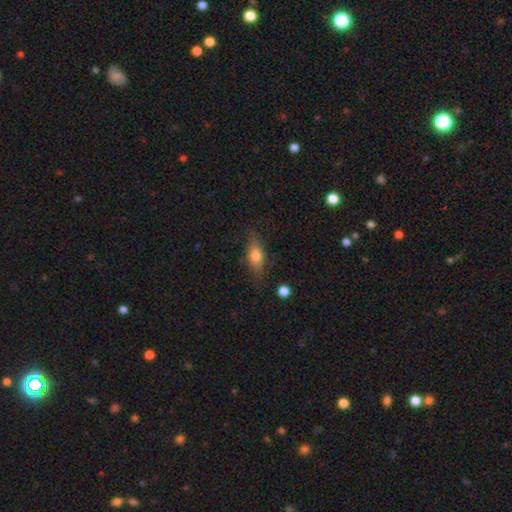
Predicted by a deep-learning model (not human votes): smooth 66%, featured or disk 26%, star or artifact 8%. Down the decision tree: how rounded — in between (69%); merging — none (76%).